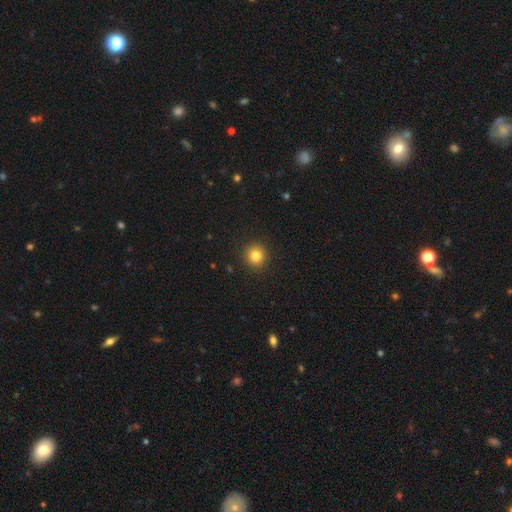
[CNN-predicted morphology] smooth-or-featured: smooth: 82% | star or artifact: 12% | featured or disk: 6%
  how-rounded: round: 92% | in between: 7% | cigar-shaped: 1%
  merging: none: 92% | minor disturbance: 5% | major disturbance: 2% | merger: 1%